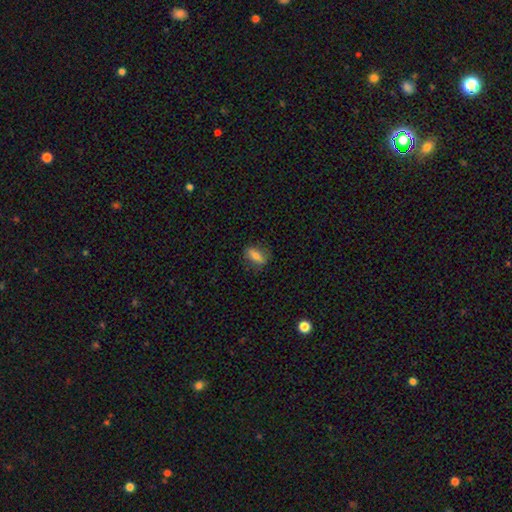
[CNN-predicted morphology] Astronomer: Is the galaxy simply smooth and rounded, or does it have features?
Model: smooth — 74%.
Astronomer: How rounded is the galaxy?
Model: in between — 74%.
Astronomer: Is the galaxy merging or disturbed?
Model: none — 78%.